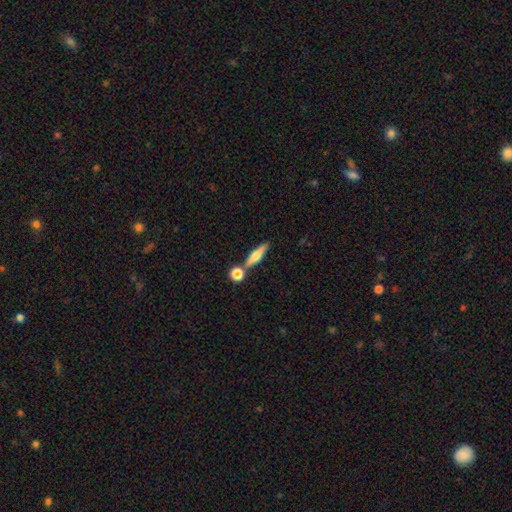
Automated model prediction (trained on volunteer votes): Smooth or featured? Predicted: featured or disk (p=0.47). Merging? Predicted: none (p=0.70).